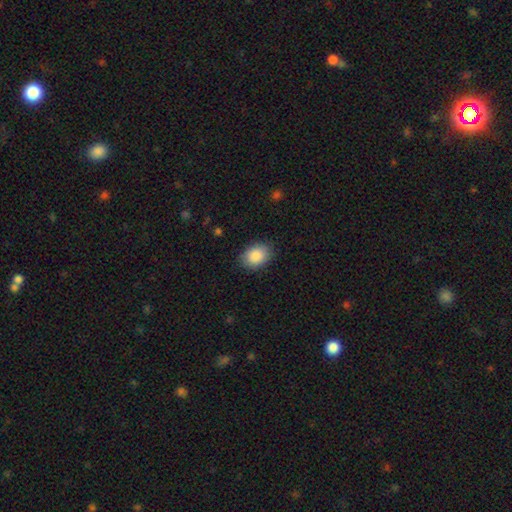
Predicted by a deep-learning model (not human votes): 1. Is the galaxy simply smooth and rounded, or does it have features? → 89% smooth, 7% star or artifact, 4% featured or disk.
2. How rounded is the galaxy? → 71% in between, 28% round, 1% cigar-shaped.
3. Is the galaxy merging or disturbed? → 86% none, 11% minor disturbance, 3% major disturbance, 1% merger.